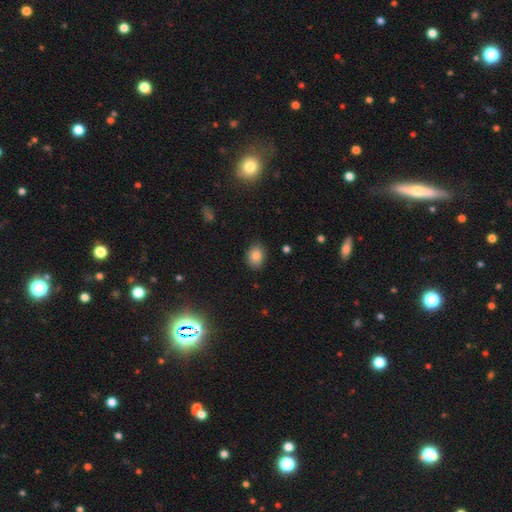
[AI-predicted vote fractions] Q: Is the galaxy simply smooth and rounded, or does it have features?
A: smooth — 84%.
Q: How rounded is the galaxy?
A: in between — 67%.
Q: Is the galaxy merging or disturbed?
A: none — 86%.